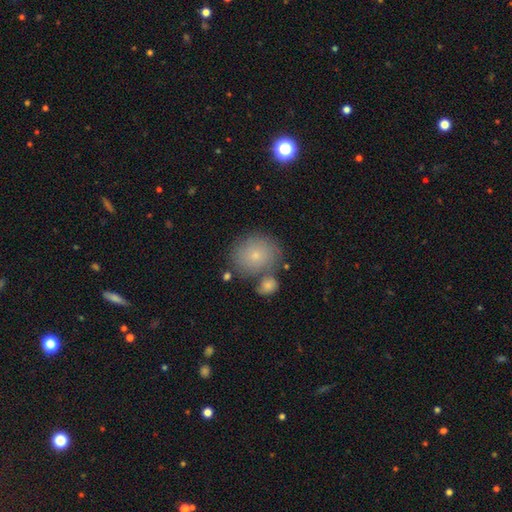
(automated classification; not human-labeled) Smooth or featured: smooth — 75% (featured or disk — 16%)
How rounded: round — 73% (in between — 26%)
Merging: none — 65% (merger — 17%)